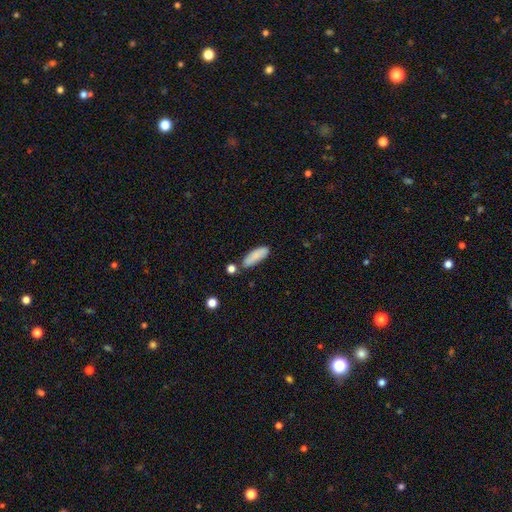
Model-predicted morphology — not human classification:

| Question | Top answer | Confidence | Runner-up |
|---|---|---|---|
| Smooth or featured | smooth | 84% | featured or disk (9%) |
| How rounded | in between | 60% | cigar-shaped (38%) |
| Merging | none | 69% | minor disturbance (17%) |